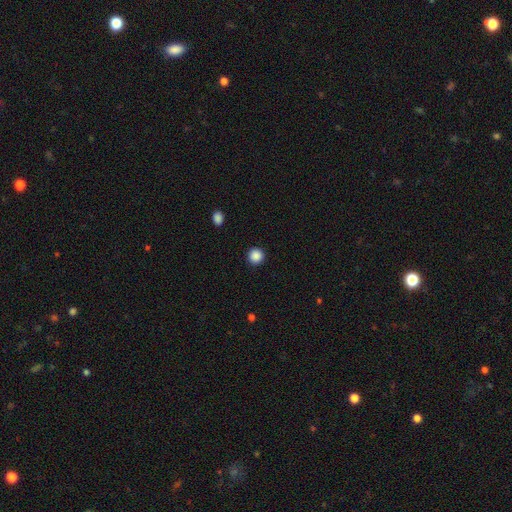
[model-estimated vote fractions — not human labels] smooth_or_featured: smooth (p=0.87) [alt: star or artifact p=0.10]
how_rounded: round (p=0.95) [alt: in between p=0.04]
merging: none (p=0.93) [alt: minor disturbance p=0.05]